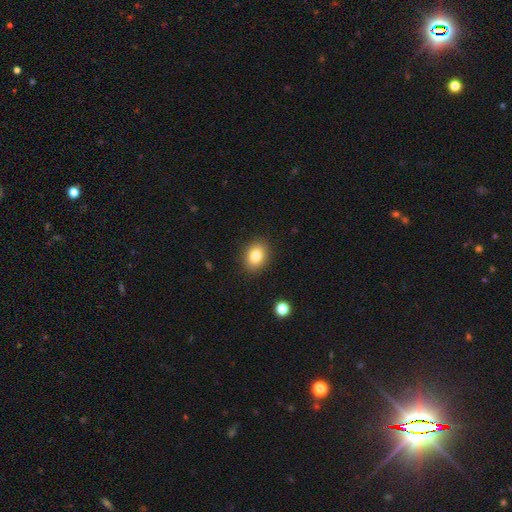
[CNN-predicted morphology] type=smooth (82%); roundness=in between (63%); merging=none (89%).